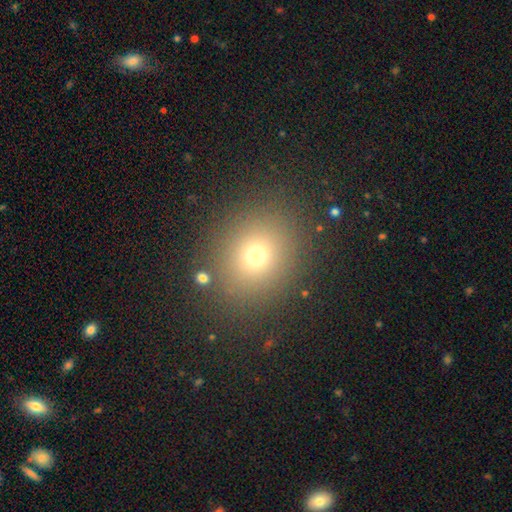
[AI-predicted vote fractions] Q: Smooth or featured?
A: smooth (69%); runner-up: star or artifact (21%)
Q: How rounded?
A: round (74%); runner-up: in between (25%)
Q: Merging?
A: none (87%); runner-up: minor disturbance (7%)